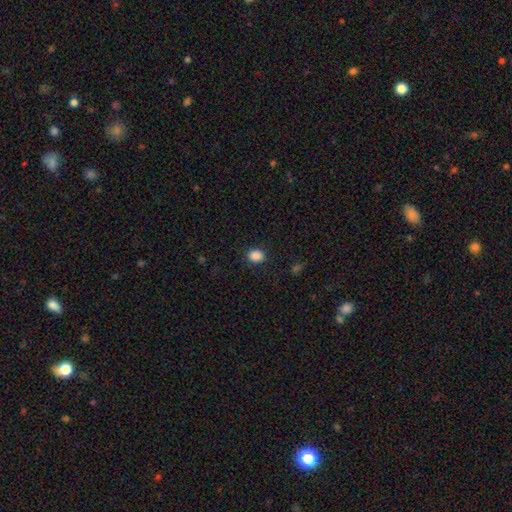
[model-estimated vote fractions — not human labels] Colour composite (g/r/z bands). It shows a smooth galaxy with no disk features (88%) that is round (55%). Merging: none (88%).